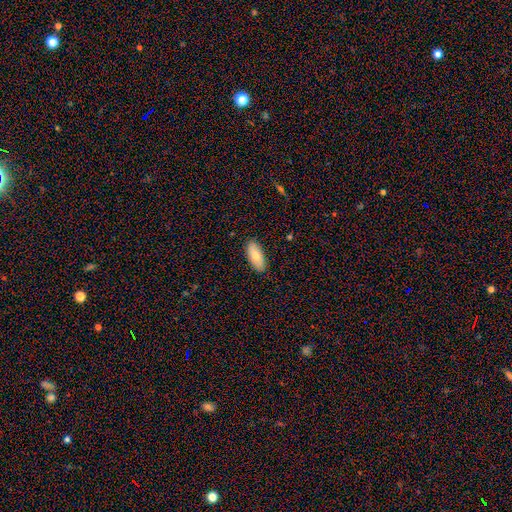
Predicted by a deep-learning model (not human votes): smooth 79%, featured or disk 15%, star or artifact 6%. Down the decision tree: how rounded — in between (85%); merging — none (88%).